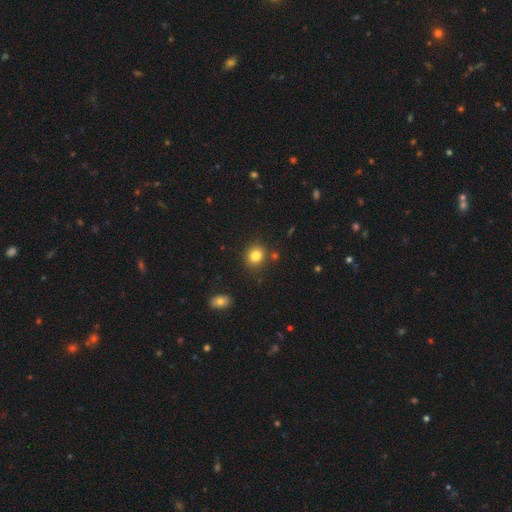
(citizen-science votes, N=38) Smooth or featured: smooth — 76% (featured or disk — 16%)
How rounded: round — 69% (in between — 31%)
Merging: none — 74% (minor disturbance — 20%)